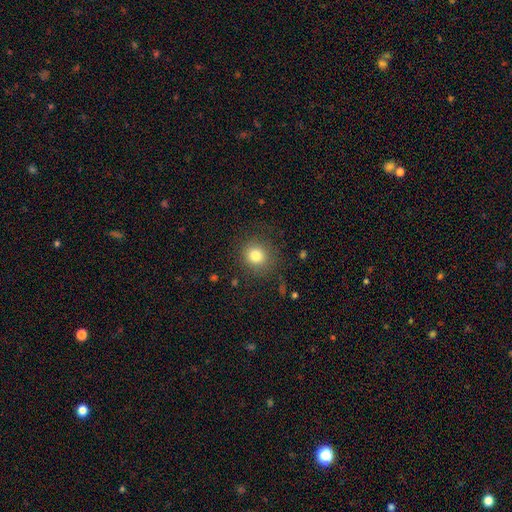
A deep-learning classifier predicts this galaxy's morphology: smooth 80%, star or artifact 12%, featured or disk 8%. Down the decision tree: how rounded — round (88%); merging — none (85%).